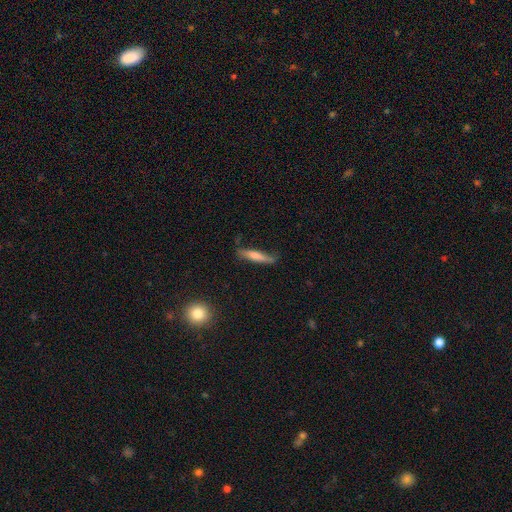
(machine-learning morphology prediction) smooth-or-featured: smooth: 66% | featured or disk: 27% | star or artifact: 7%
  how-rounded: cigar-shaped: 88% | in between: 11% | round: 2%
  merging: none: 73% | minor disturbance: 20% | major disturbance: 5% | merger: 2%